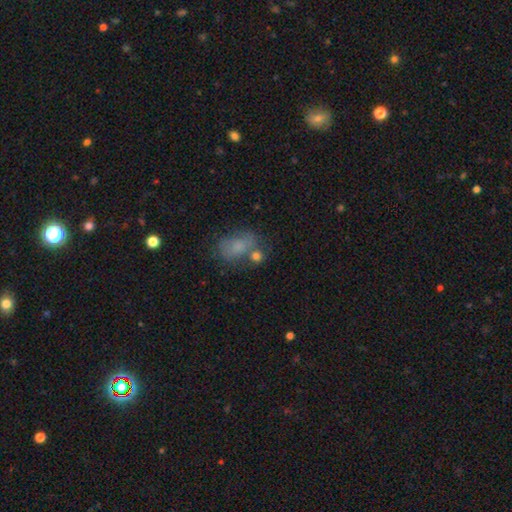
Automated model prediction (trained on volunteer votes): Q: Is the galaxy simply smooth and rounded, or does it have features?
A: smooth — 68%.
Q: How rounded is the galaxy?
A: in between — 66%.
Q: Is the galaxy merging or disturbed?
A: none — 41%.